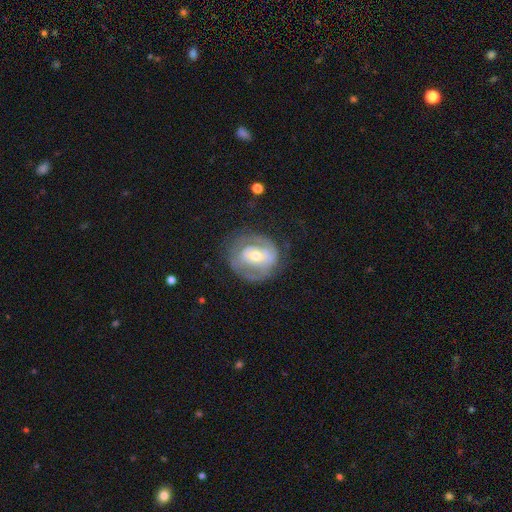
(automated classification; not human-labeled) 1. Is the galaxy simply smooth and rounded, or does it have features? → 74% featured or disk, 21% smooth, 6% star or artifact.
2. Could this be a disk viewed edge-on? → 97% no, 3% yes.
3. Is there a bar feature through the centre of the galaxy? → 40% no, 37% weak, 23% strong.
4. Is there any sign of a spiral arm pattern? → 73% yes, 27% no.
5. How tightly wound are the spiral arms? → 54% tight, 33% medium, 13% loose.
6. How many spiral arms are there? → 56% 2, 26% can't tell, 8% 1, 6% 3, 2% 4, 2% more than 4.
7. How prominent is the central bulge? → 60% moderate, 33% small, 5% large, 1% none, 1% dominant.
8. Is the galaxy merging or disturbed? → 67% none, 19% minor disturbance, 12% major disturbance, 2% merger.